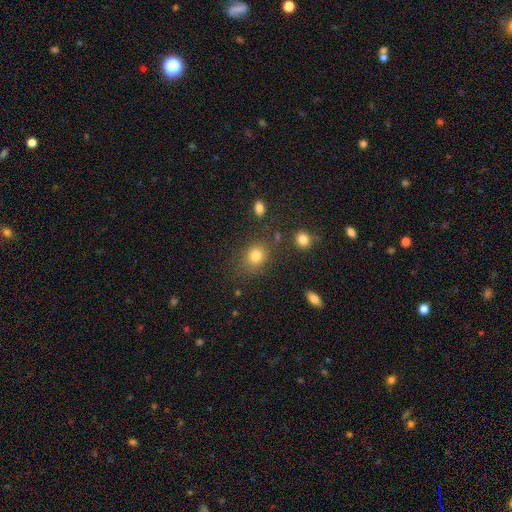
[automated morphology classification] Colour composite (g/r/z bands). It shows a smooth galaxy with no disk features (79%) that is round (60%). Merging: none (74%).